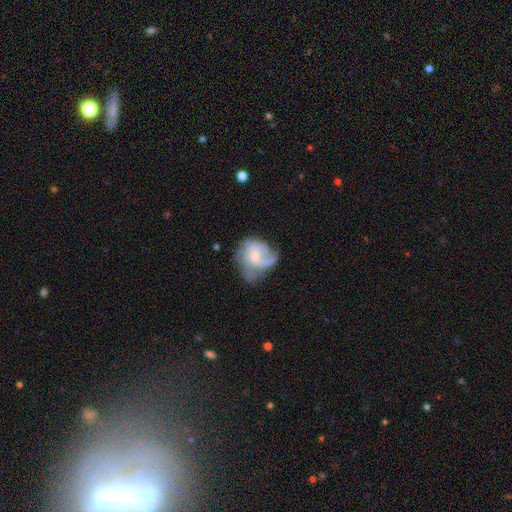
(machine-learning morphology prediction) smooth_or_featured: featured or disk (p=0.72) [alt: smooth p=0.22]
disk_edge_on: no (p=0.98) [alt: yes p=0.02]
bar: no (p=0.70) [alt: weak p=0.26]
has_spiral_arms: yes (p=0.87) [alt: no p=0.13]
spiral_winding: medium (p=0.43) [alt: tight p=0.35]
spiral_arm_count: 3 (p=0.31) [alt: can't tell p=0.26]
bulge_size: moderate (p=0.45) [alt: small p=0.37]
merging: none (p=0.46) [alt: minor disturbance p=0.27]